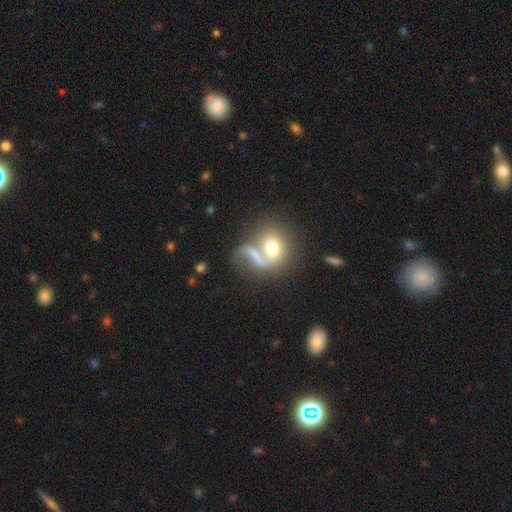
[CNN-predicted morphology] This appears to be a smooth galaxy with no disk features (49%). Merging: merger (51%).